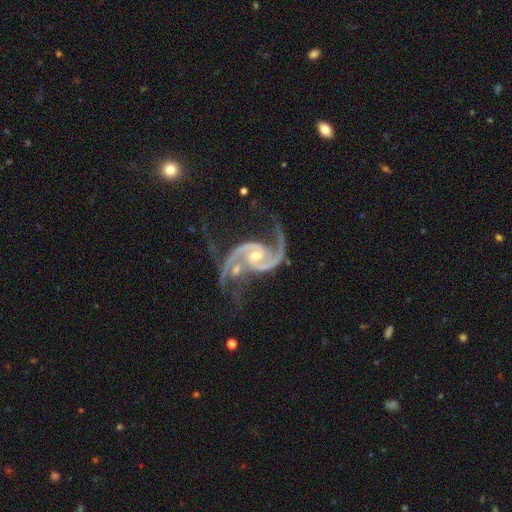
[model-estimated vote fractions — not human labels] Smooth or featured? featured or disk (94%)
Edge-on disk? no (98%)
Bar? no (55%)
Spiral arms? yes (99%)
Spiral winding? medium (56%)
Spiral arm count? 2 (91%)
Bulge size? moderate (51%)
Merging? none (49%)